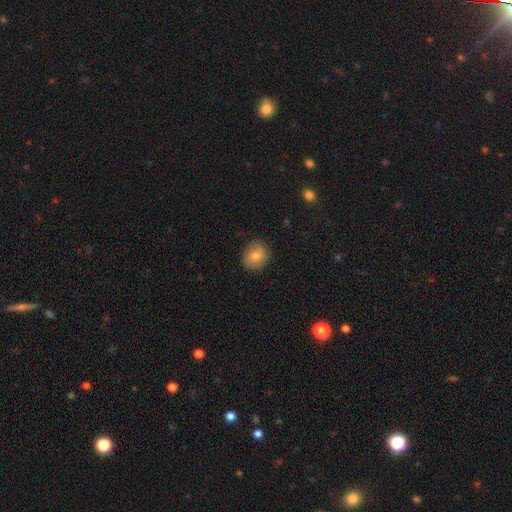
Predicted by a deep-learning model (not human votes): Smooth or featured? Predicted: smooth (p=0.76). How rounded? Predicted: round (p=0.76). Merging? Predicted: none (p=0.86).